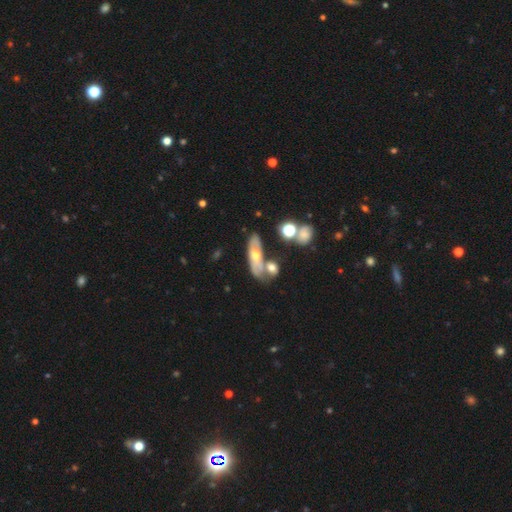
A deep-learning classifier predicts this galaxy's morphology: A featured or disk galaxy (52%). Merging: none (49%).